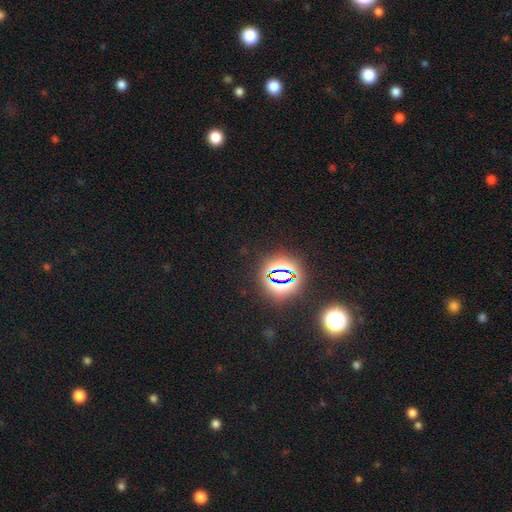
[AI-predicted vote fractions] Overall: star or artifact (82%).